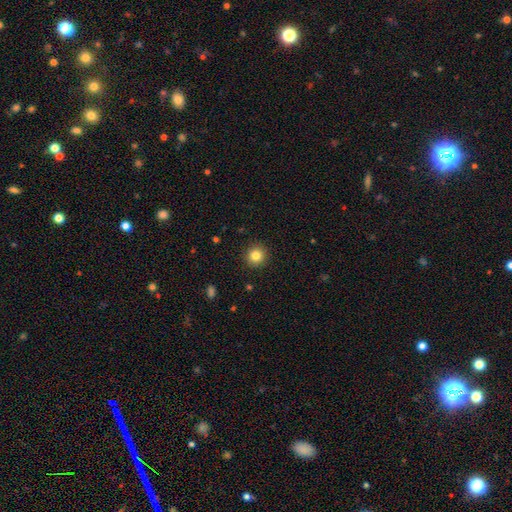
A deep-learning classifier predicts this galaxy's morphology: The model was most divided on "smooth or featured": smooth: 83%, star or artifact: 11%, featured or disk: 6%. More confident: how rounded — round (93%); merging — none (92%).